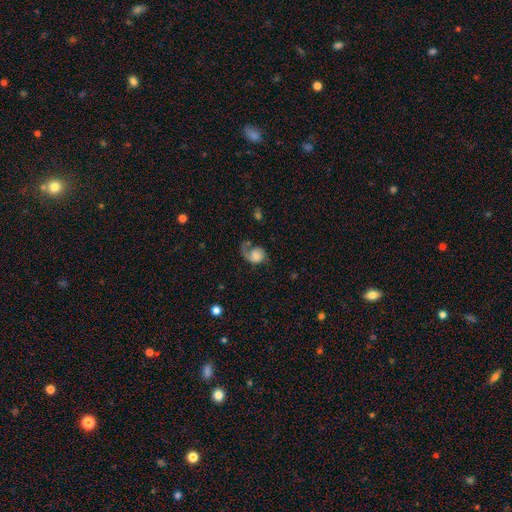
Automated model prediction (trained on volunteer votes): featured or disk 53%, smooth 39%, star or artifact 8%. Down the decision tree: edge-on disk — no (98%); bar — no (77%); spiral arms — yes (85%); bulge size — none (33%); merging — major disturbance (44%).